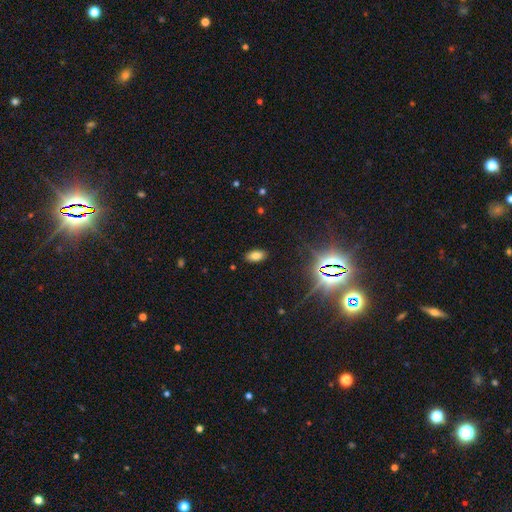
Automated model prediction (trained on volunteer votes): This appears to be a smooth galaxy with no disk features (75%) that is in between round and cigar-shaped (92%). Merging: none (88%).